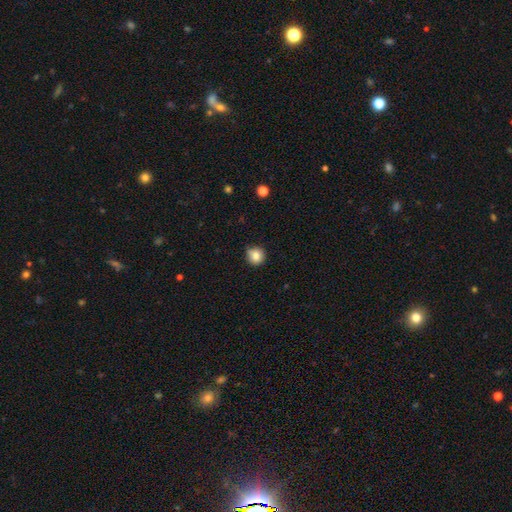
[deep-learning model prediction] A smooth galaxy with no disk features (84%) that is round (93%). Merging: none (84%).